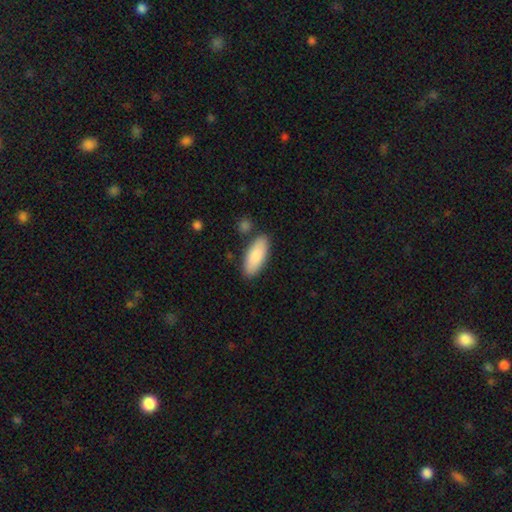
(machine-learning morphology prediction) smooth 85%, featured or disk 9%, star or artifact 5%. Down the decision tree: how rounded — in between (81%); merging — none (81%).